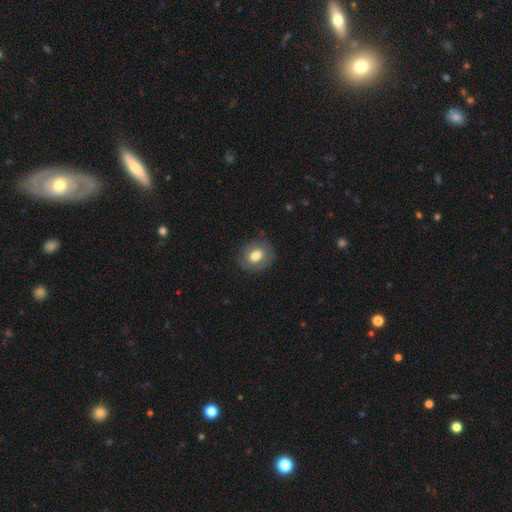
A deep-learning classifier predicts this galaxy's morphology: This is likely a smooth galaxy (72%). How rounded: likely round (61%). Merging: clearly none (80%).